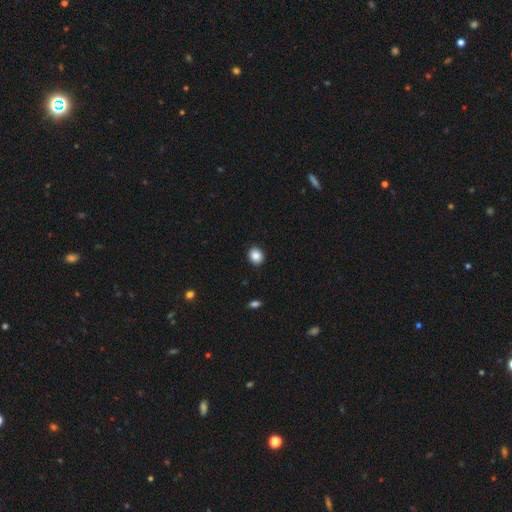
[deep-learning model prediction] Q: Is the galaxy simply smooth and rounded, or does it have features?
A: smooth — 88%.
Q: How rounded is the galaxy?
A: round — 62%.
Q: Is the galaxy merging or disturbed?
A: none — 90%.